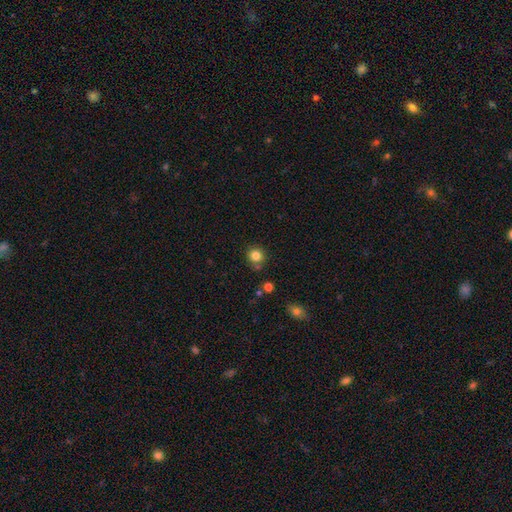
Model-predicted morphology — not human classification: Smooth or featured? Predicted: smooth (p=0.83). How rounded? Predicted: round (p=0.89). Merging? Predicted: none (p=0.77).